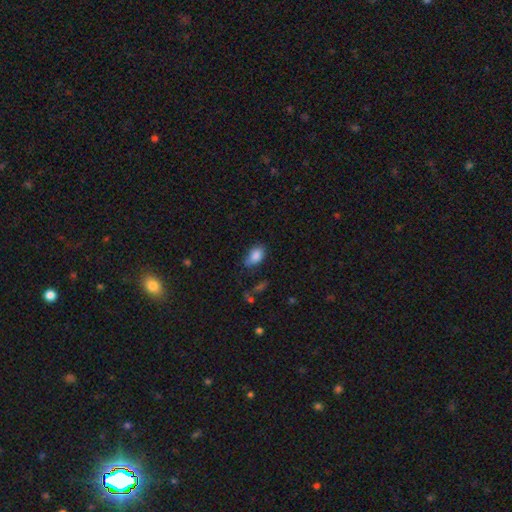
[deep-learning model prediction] Smooth or featured: smooth — 86% (star or artifact — 8%)
How rounded: in between — 90% (round — 8%)
Merging: none — 65% (minor disturbance — 27%)